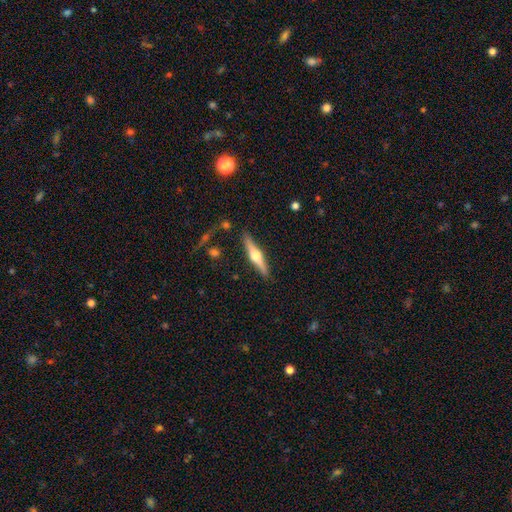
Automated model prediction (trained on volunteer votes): The model was most divided on "smooth or featured": featured or disk: 69%, smooth: 25%, star or artifact: 5%. More confident: edge-on disk — yes (97%); edge-on bulge — rounded (95%); merging — none (89%).